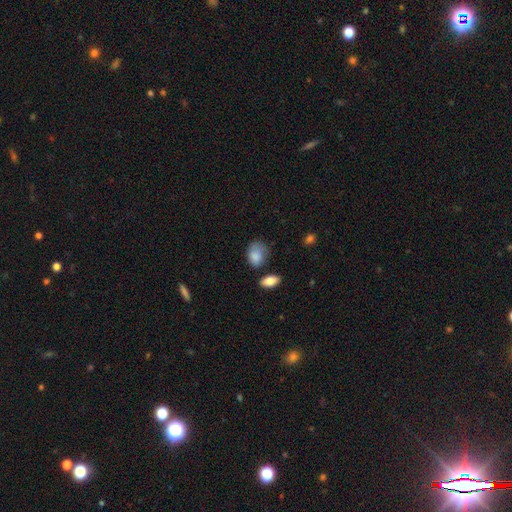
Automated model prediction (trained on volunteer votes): This is clearly a smooth galaxy (82%). How rounded: likely in between (74%). Merging: marginally none (38%, tied with minor disturbance).